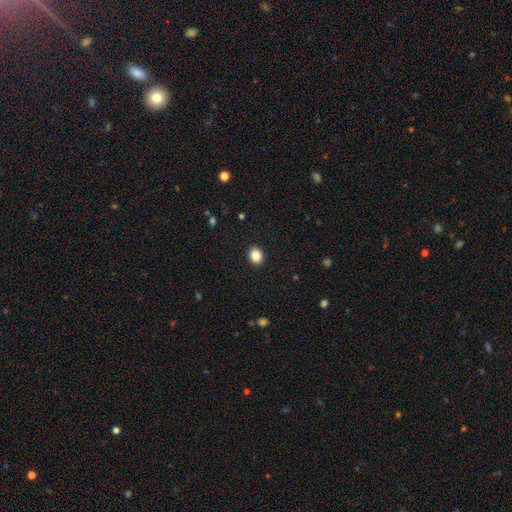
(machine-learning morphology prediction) The model was most divided on "how rounded": in between: 54%, round: 46%, cigar-shaped: 1%. More confident: merging — none (91%); smooth or featured — smooth (87%).